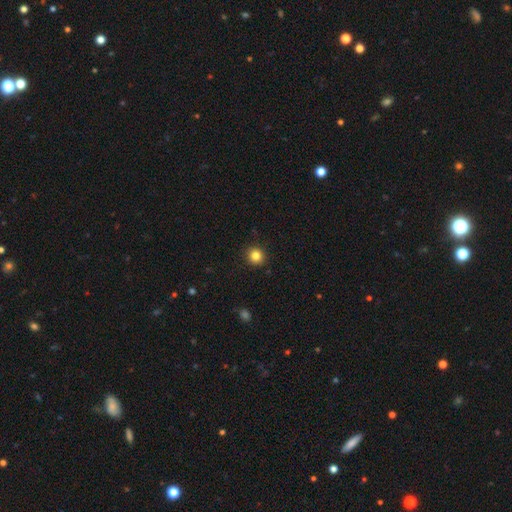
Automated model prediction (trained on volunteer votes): Smooth or featured? Predicted: smooth (p=0.84). How rounded? Predicted: round (p=0.92). Merging? Predicted: none (p=0.92).